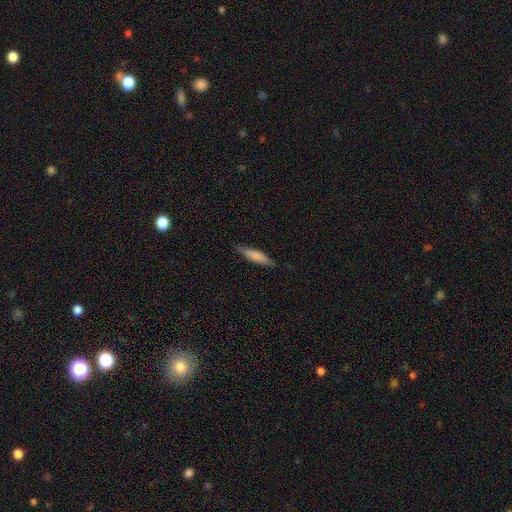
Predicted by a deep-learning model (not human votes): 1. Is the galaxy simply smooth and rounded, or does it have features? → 78% smooth, 17% featured or disk, 5% star or artifact.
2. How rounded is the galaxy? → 76% cigar-shaped, 23% in between, 1% round.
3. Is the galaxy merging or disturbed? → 82% none, 14% minor disturbance, 2% major disturbance, 1% merger.